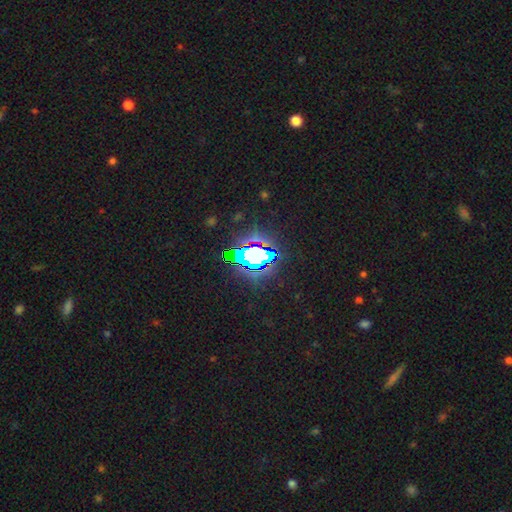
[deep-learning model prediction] smooth-or-featured: star or artifact: 70% | smooth: 18% | featured or disk: 12%